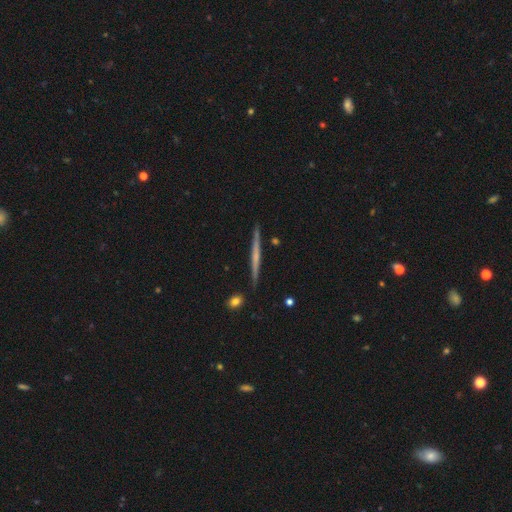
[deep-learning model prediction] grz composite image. It shows a featured or disk galaxy (61%) viewed edge-on (98%) with no central bulge (75%). Merging: none (90%).